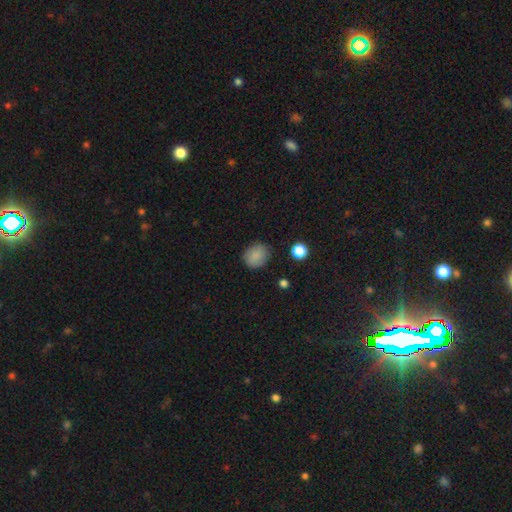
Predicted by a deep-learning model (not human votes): Morphology: type=smooth (84%); roundness=round (69%); merging=none (81%).